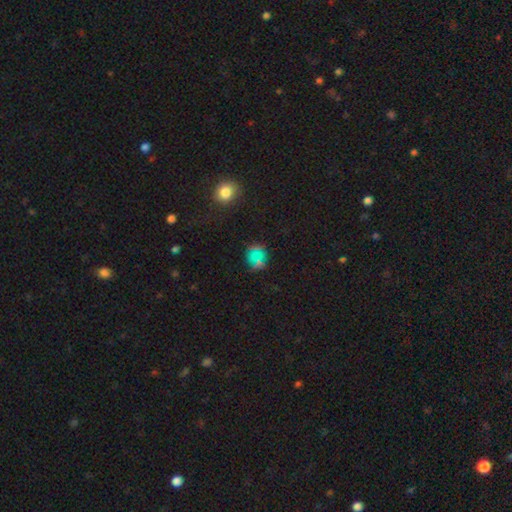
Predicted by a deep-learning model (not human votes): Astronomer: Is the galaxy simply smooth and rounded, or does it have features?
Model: smooth — 55% (runner-up: star or artifact, 33%).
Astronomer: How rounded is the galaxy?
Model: round — 82%.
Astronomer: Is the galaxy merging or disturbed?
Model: none — 73%.